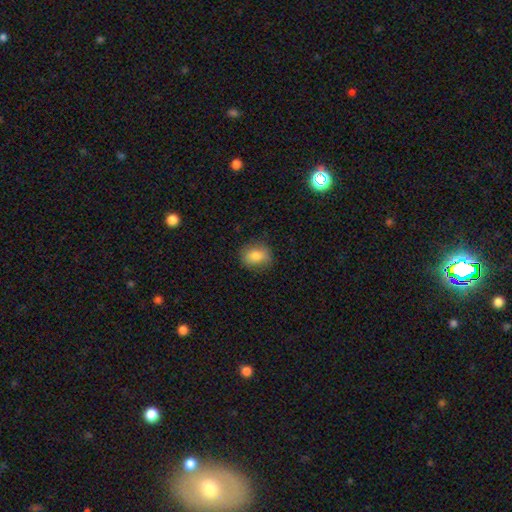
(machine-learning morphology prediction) Overall: smooth (82%). How rounded: round (51%; in between 48%). Merging: none (82%).